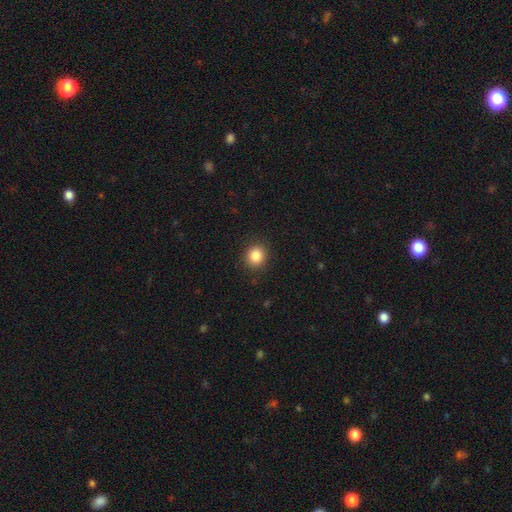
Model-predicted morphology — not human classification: Q: Smooth or featured?
A: smooth (86%); runner-up: star or artifact (10%)
Q: How rounded?
A: round (86%); runner-up: in between (13%)
Q: Merging?
A: none (90%); runner-up: minor disturbance (7%)